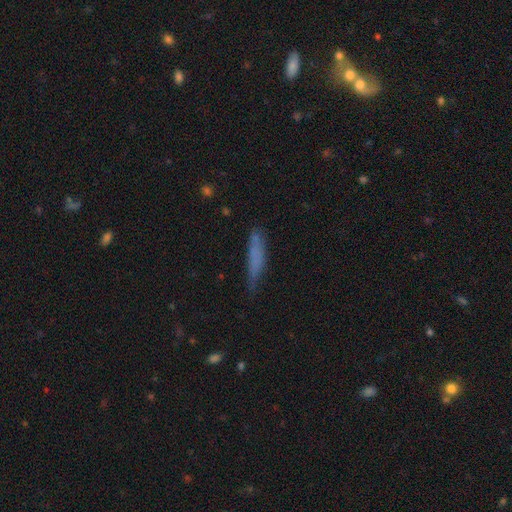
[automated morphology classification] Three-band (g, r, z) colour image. It shows a smooth galaxy with no disk features (69%) that is cigar-shaped (87%). Merging: none (65%).